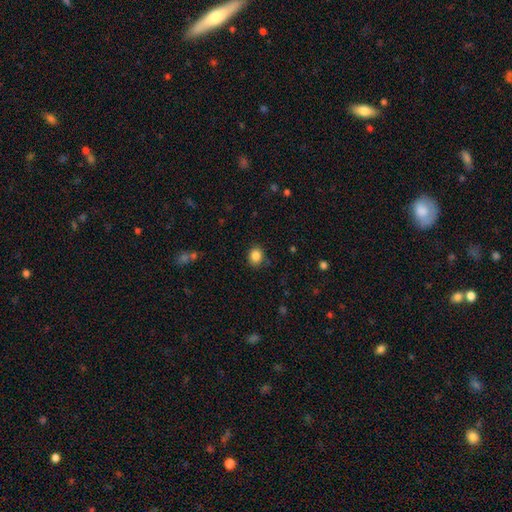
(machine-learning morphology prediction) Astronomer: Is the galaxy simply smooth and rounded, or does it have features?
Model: smooth — 86%.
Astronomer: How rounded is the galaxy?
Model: round — 68%.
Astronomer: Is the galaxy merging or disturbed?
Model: none — 86%.